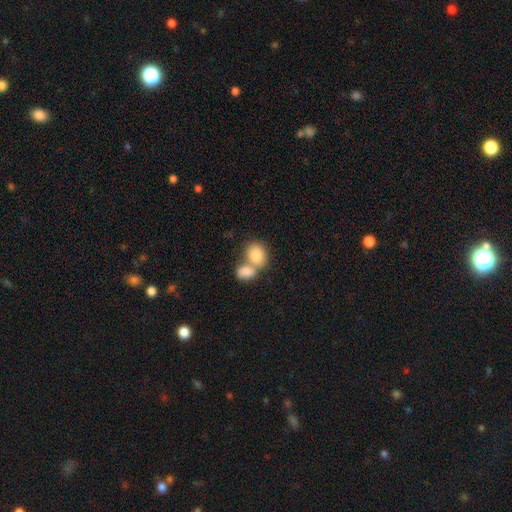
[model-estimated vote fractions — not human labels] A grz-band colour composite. It shows a smooth galaxy with no disk features (82%) that is in between round and cigar-shaped (58%). Merging: merger (61%).